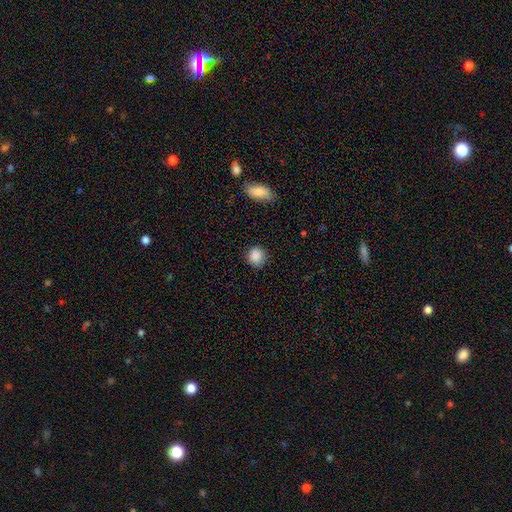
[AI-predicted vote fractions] smooth-or-featured: smooth: 88% | star or artifact: 9% | featured or disk: 3%
  how-rounded: round: 81% | in between: 18% | cigar-shaped: 1%
  merging: none: 83% | minor disturbance: 13% | major disturbance: 3% | merger: 2%